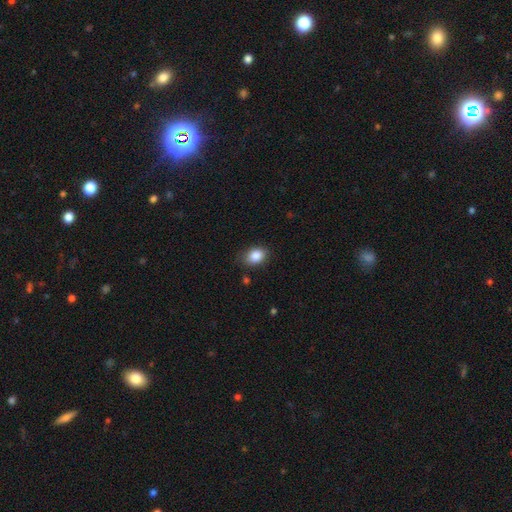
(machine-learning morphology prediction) smooth_or_featured: smooth (p=0.87) [alt: star or artifact p=0.08]
how_rounded: in between (p=0.75) [alt: round p=0.23]
merging: none (p=0.80) [alt: minor disturbance p=0.16]